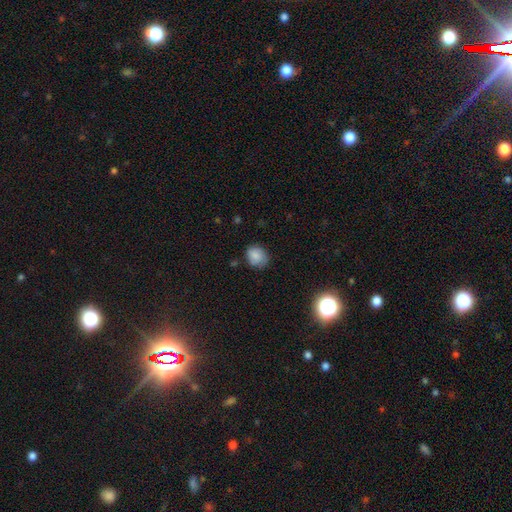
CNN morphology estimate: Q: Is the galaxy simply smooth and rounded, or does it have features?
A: smooth — 83%.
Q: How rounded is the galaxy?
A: round — 62%.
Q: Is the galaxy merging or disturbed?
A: none — 72%.